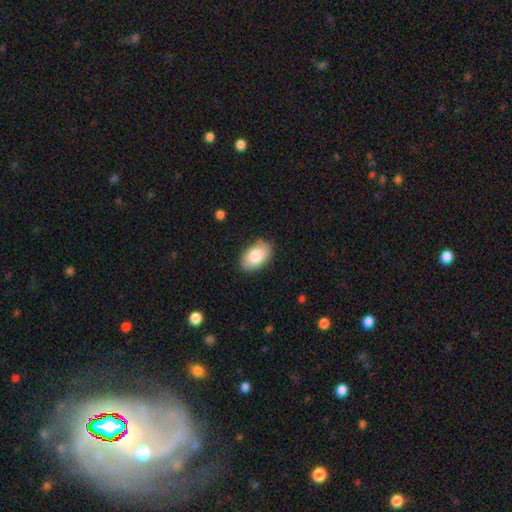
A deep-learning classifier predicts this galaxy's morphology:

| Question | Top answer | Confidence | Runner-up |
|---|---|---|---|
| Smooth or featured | smooth | 83% | featured or disk (11%) |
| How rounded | in between | 92% | round (7%) |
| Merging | none | 85% | minor disturbance (12%) |